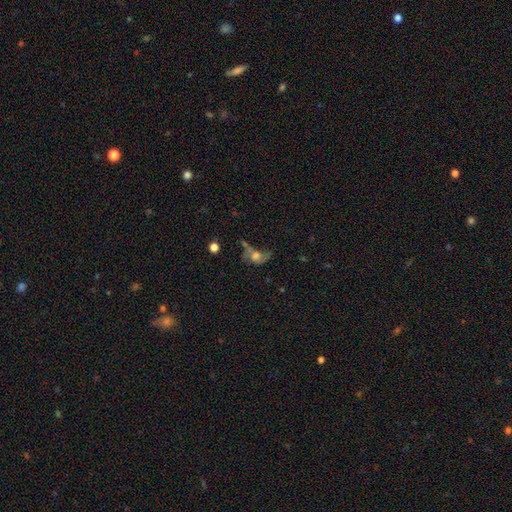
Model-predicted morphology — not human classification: Smooth or featured? Predicted: featured or disk (p=0.43). Merging? Predicted: major disturbance (p=0.33).